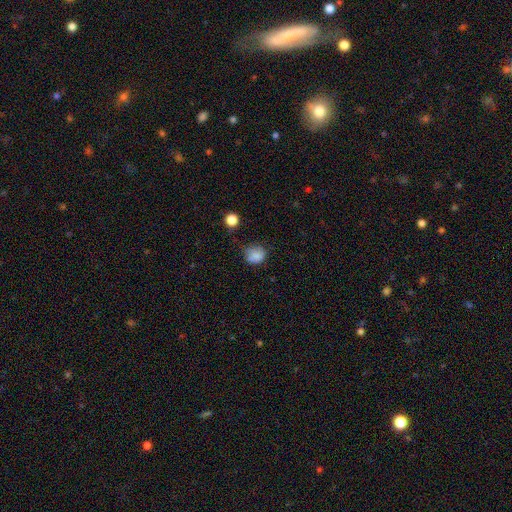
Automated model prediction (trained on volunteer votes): Q: Smooth or featured?
A: smooth (82%); runner-up: star or artifact (12%)
Q: How rounded?
A: round (67%); runner-up: in between (32%)
Q: Merging?
A: none (57%); runner-up: minor disturbance (31%)